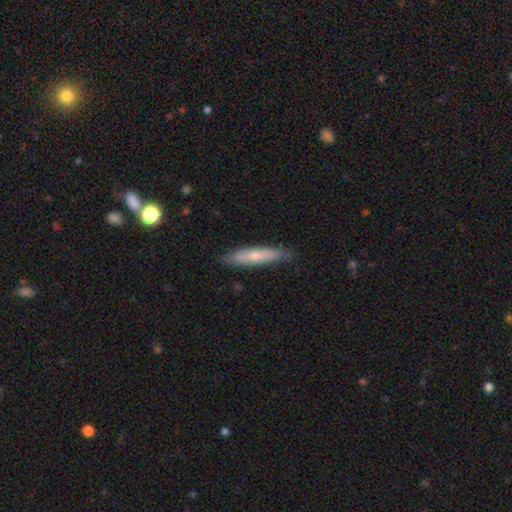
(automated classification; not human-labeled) Smooth or featured?
  - smooth: 66% *
  - featured or disk: 28%
  - star or artifact: 6%
How rounded?
  - cigar-shaped: 87% *
  - in between: 12%
  - round: 1%
Merging?
  - none: 83% *
  - minor disturbance: 14%
  - major disturbance: 2%
  - merger: 1%